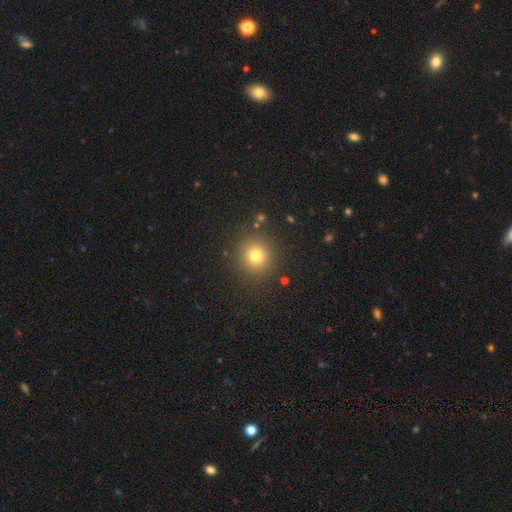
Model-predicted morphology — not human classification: A smooth galaxy with no disk features (77%) that is round (93%).

Vote fractions:
- Smooth or featured? smooth: 77% / star or artifact: 15% / featured or disk: 8%
- How rounded? round: 93% / in between: 6% / cigar-shaped: 1%
- Merging? none: 88% / minor disturbance: 7% / major disturbance: 3% / merger: 2%